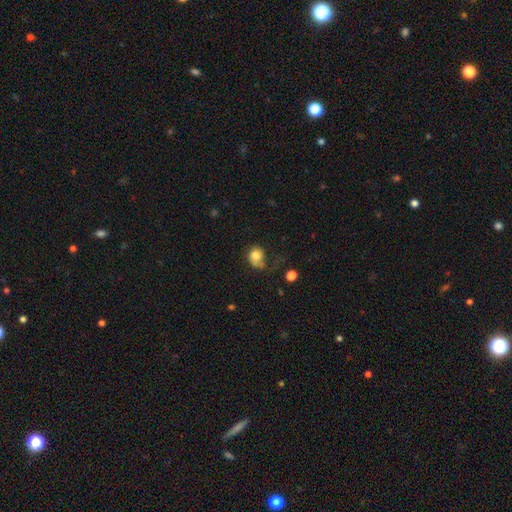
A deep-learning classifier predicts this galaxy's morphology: Smooth or featured: smooth — 78% (featured or disk — 13%)
How rounded: round — 68% (in between — 31%)
Merging: none — 40% (minor disturbance — 27%)